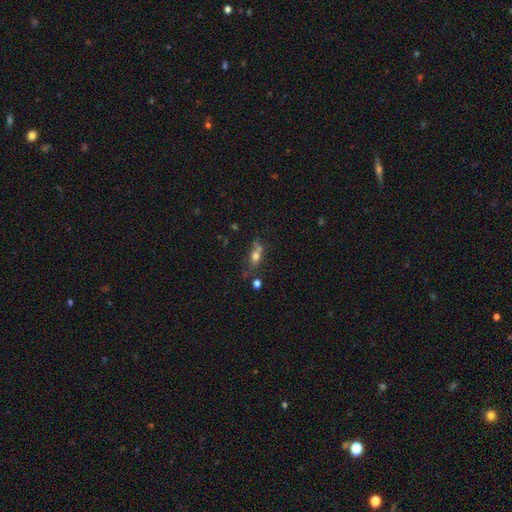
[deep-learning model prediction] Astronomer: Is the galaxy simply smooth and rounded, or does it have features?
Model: smooth — 64%.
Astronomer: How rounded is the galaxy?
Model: in between — 64%.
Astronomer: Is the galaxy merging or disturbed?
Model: none — 40% (runner-up: merger, 25%).